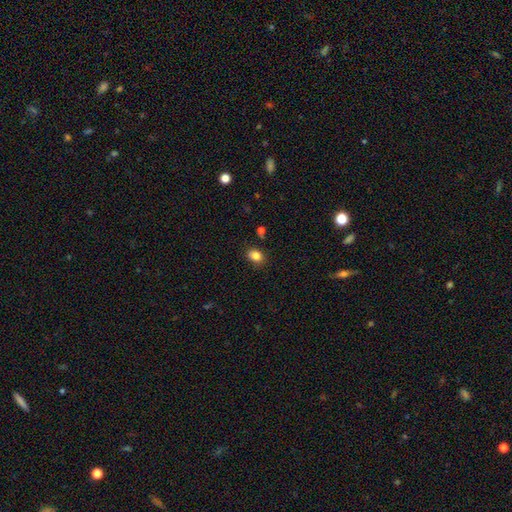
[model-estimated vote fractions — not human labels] Overall: smooth (83%). How rounded: in between (58%; round 41%). Merging: none (83%).